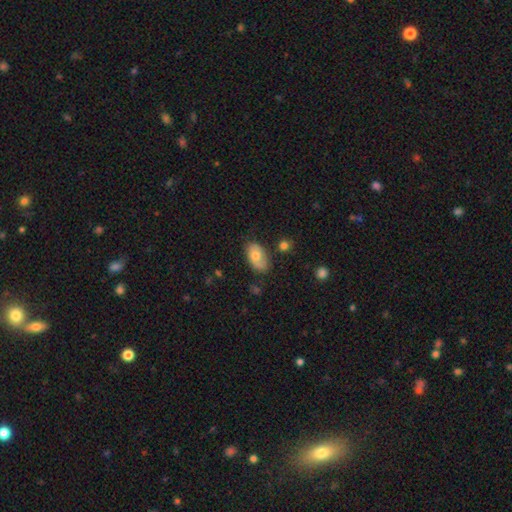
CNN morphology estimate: smooth_or_featured: smooth (p=0.65) [alt: featured or disk p=0.28]
how_rounded: in between (p=0.92) [alt: round p=0.06]
merging: none (p=0.65) [alt: minor disturbance p=0.24]